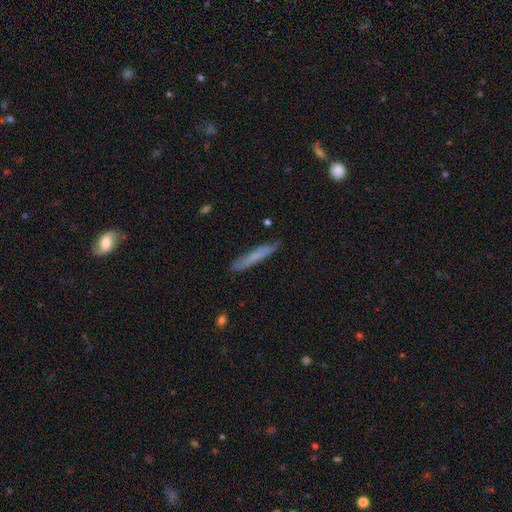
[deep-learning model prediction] Overall: smooth (63%; featured or disk 30%). How rounded: cigar-shaped (94%). Merging: none (84%).